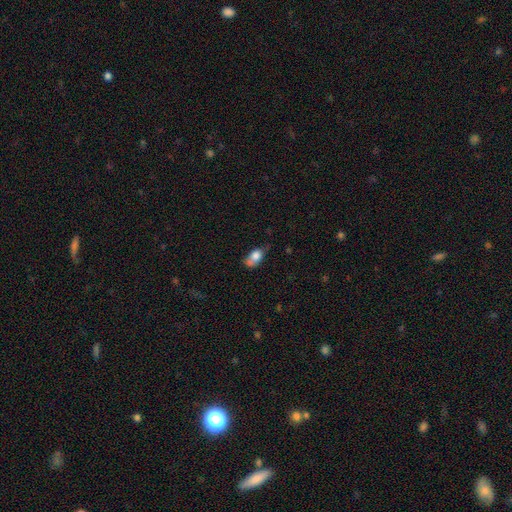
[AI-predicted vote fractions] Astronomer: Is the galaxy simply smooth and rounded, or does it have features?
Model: smooth — 75%.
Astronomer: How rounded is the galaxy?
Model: in between — 83%.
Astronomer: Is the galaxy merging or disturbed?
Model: minor disturbance — 36% (runner-up: none, 35%).